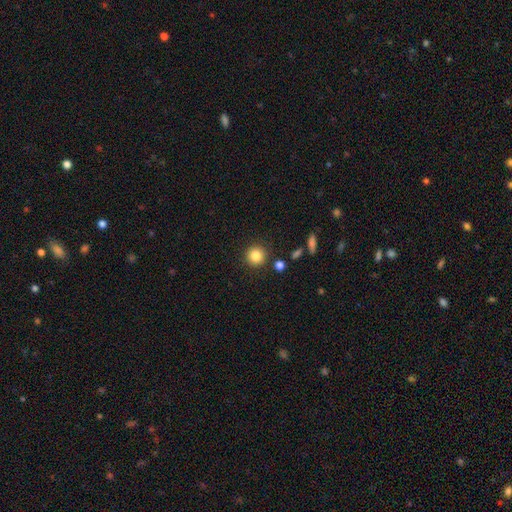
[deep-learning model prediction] This is clearly a smooth galaxy (84%). How rounded: clearly round (93%). Merging: clearly none (87%).